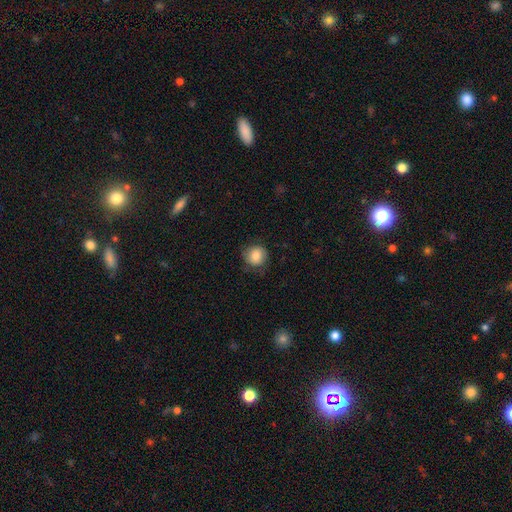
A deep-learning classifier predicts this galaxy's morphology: type=smooth (81%); roundness=round (90%); merging=none (75%).